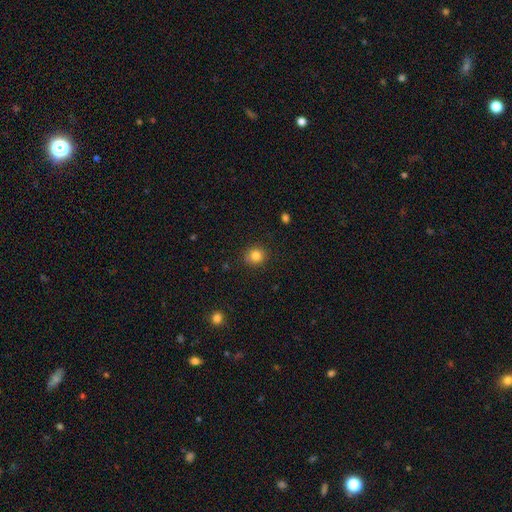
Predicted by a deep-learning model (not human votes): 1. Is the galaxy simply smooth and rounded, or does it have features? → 83% smooth, 11% star or artifact, 6% featured or disk.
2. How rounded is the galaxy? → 87% round, 12% in between, 1% cigar-shaped.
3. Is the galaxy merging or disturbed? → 88% none, 9% minor disturbance, 2% major disturbance, 1% merger.